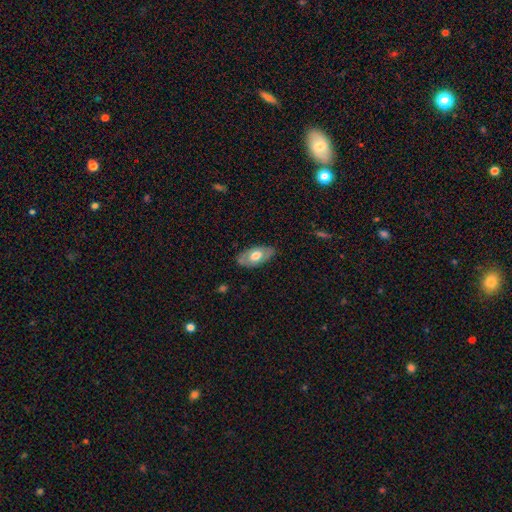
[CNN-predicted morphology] A smooth galaxy with no disk features (56%) that is in between round and cigar-shaped (92%).

Vote fractions:
- Smooth or featured? smooth: 56% / featured or disk: 38% / star or artifact: 6%
- How rounded? in between: 92% / cigar-shaped: 4% / round: 4%
- Merging? none: 80% / minor disturbance: 15% / major disturbance: 3% / merger: 1%